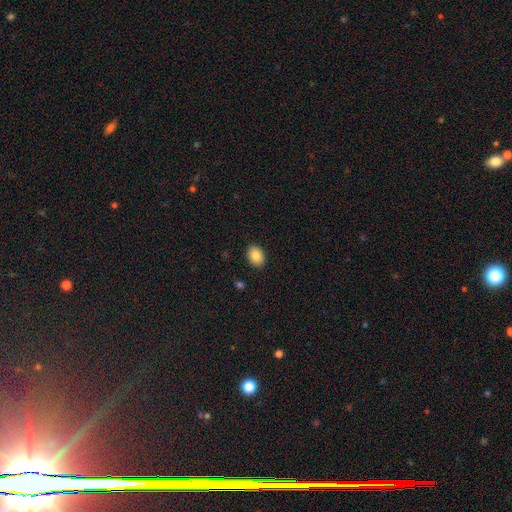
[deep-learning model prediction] Smooth or featured? smooth (87%)
How rounded? in between (76%)
Merging? none (90%)